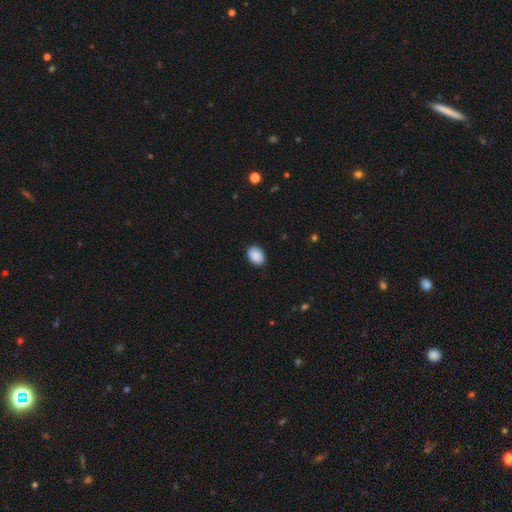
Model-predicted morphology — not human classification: smooth-or-featured: smooth: 90% | star or artifact: 7% | featured or disk: 3%
  how-rounded: in between: 80% | round: 19% | cigar-shaped: 1%
  merging: none: 87% | minor disturbance: 10% | major disturbance: 2% | merger: 1%